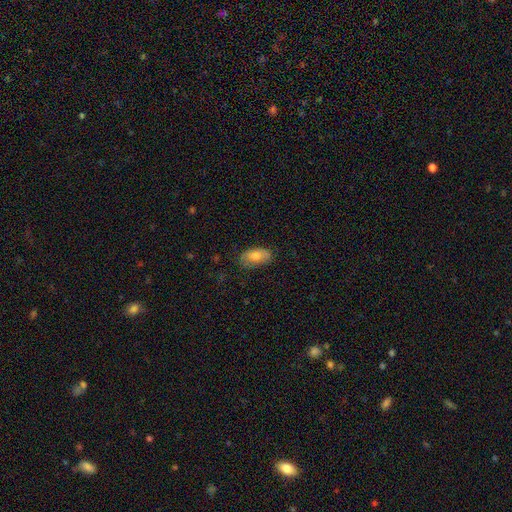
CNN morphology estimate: Smooth or featured? smooth (71%)
How rounded? in between (91%)
Merging? none (75%)